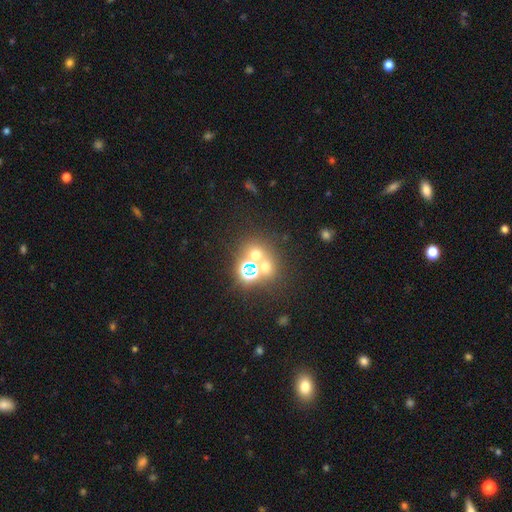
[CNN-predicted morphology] Smooth or featured?
  - smooth: 47% *
  - star or artifact: 38%
  - featured or disk: 15%
Merging?
  - none: 54% *
  - merger: 35%
  - minor disturbance: 7%
  - major disturbance: 4%